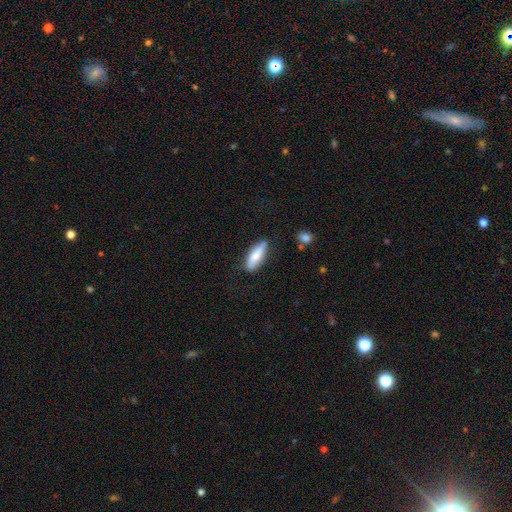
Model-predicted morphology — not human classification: A smooth galaxy with no disk features (71%) that is in between round and cigar-shaped (52%).

Vote fractions:
- Smooth or featured? smooth: 71% / featured or disk: 23% / star or artifact: 6%
- How rounded? in between: 52% / cigar-shaped: 46% / round: 2%
- Merging? none: 76% / minor disturbance: 18% / major disturbance: 4% / merger: 2%